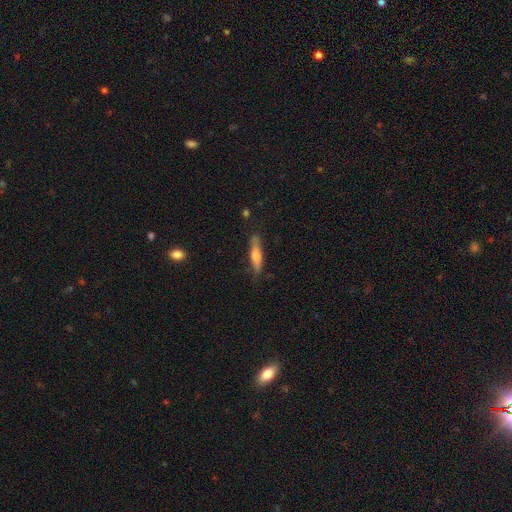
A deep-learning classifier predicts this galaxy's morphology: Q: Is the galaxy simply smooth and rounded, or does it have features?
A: smooth — 49%.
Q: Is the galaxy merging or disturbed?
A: none — 82%.